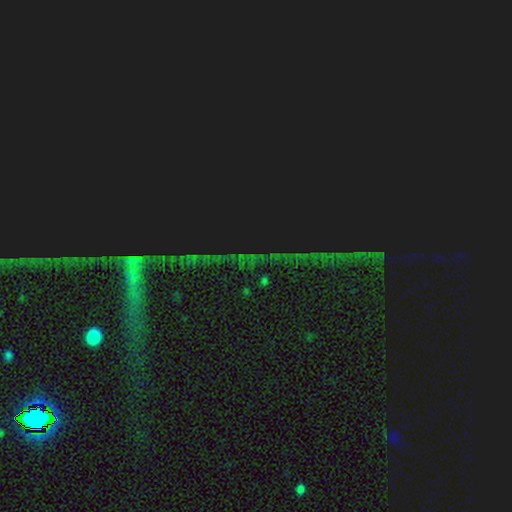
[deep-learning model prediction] Smooth or featured? star or artifact (83%)